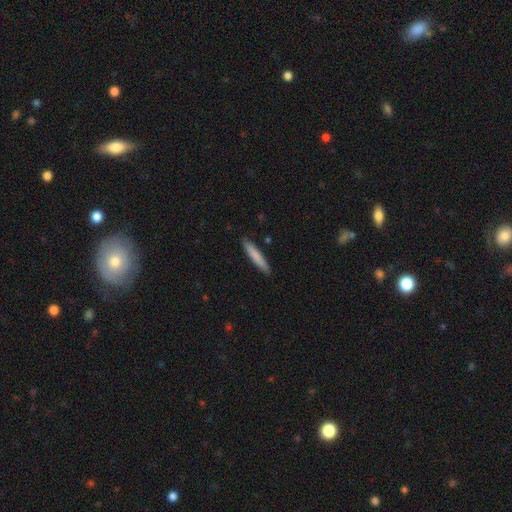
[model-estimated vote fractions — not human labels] This is likely a smooth galaxy (78%). How rounded: clearly cigar-shaped (92%). Merging: clearly none (89%).